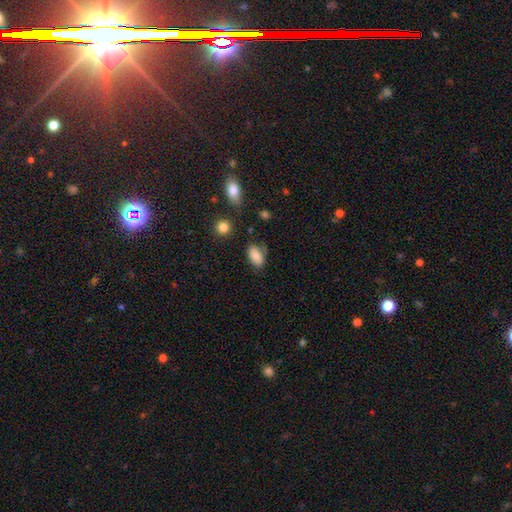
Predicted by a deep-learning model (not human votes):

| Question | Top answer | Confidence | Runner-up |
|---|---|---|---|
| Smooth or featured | smooth | 82% | featured or disk (10%) |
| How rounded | in between | 91% | round (7%) |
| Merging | none | 68% | minor disturbance (23%) |